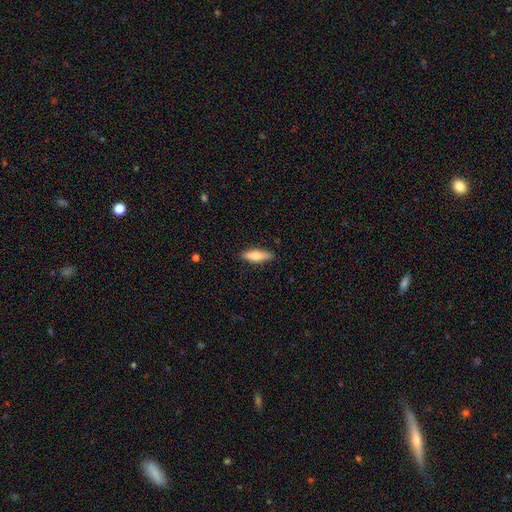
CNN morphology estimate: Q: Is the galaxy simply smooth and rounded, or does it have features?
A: smooth — 77%.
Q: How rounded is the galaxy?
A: in between — 49%, tied with cigar-shaped.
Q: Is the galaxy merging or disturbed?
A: none — 87%.